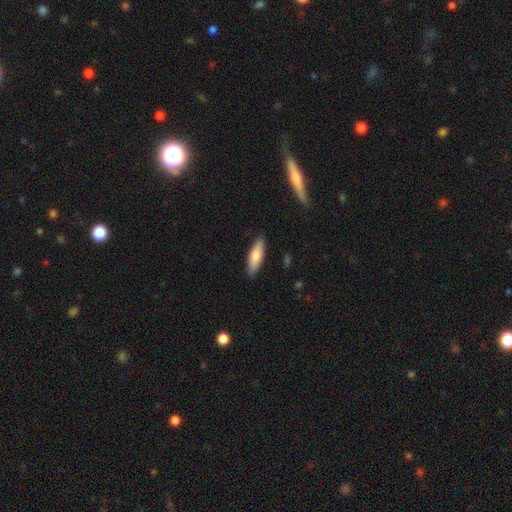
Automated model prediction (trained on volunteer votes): smooth 77%, featured or disk 17%, star or artifact 5%. Down the decision tree: how rounded — cigar-shaped (53%); merging — none (88%).